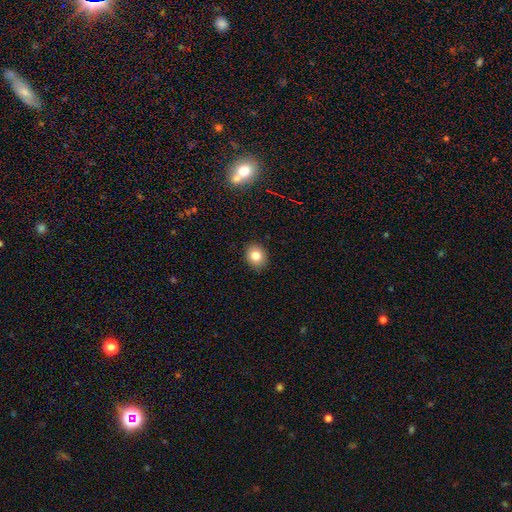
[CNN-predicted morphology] This appears to be a smooth galaxy with no disk features (81%) that is round (70%). Merging: none (89%).